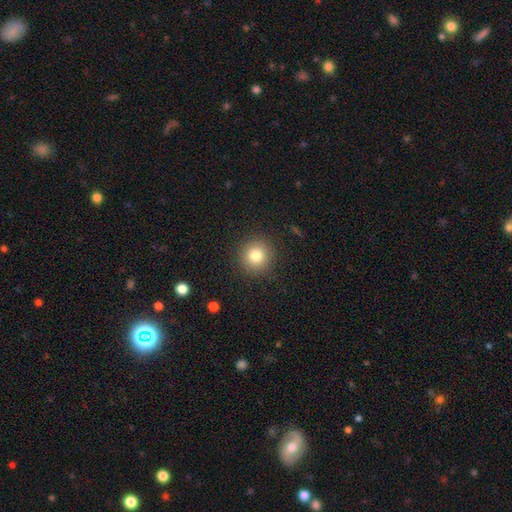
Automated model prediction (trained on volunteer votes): Smooth or featured: smooth — 81% (star or artifact — 11%)
How rounded: round — 94% (in between — 5%)
Merging: none — 90% (minor disturbance — 6%)